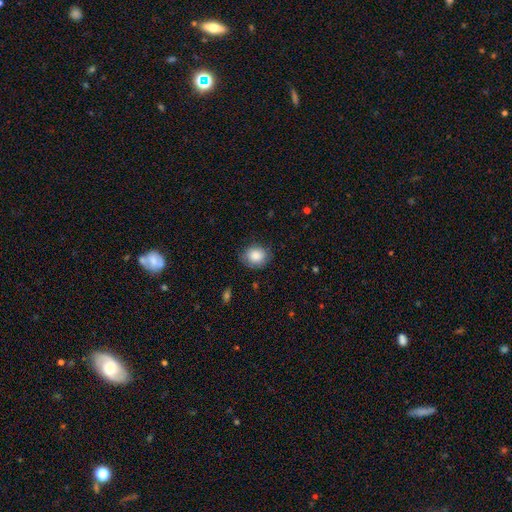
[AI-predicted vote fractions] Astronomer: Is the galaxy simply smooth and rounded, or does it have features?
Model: smooth — 84%.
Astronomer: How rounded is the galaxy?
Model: round — 62%.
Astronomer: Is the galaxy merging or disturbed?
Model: none — 79%.